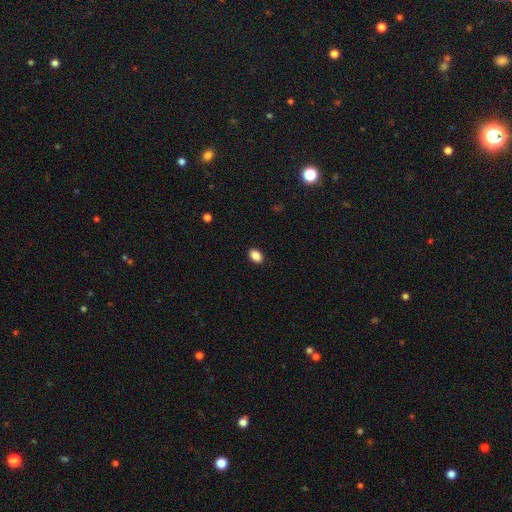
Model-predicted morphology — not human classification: type=smooth (88%); roundness=in between (87%); merging=none (90%).